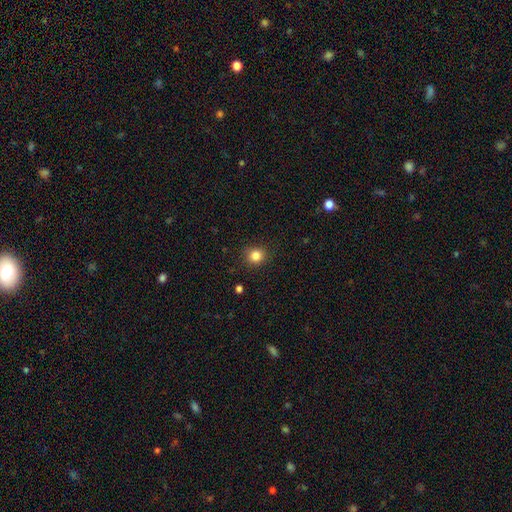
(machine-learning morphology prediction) This is clearly a smooth galaxy (84%). How rounded: clearly round (87%). Merging: clearly none (89%).